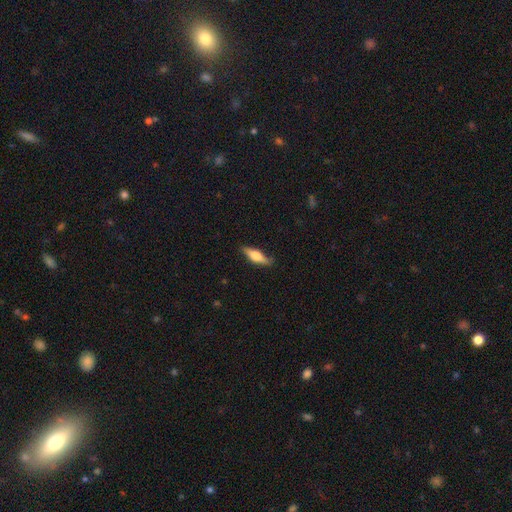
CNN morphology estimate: A smooth galaxy with no disk features (47%, tied with featured or disk).

Vote fractions:
- Smooth or featured? smooth: 47% (tied) / featured or disk: 47% (tied) / star or artifact: 6%
- Merging? none: 82% / minor disturbance: 14% / major disturbance: 3% / merger: 1%